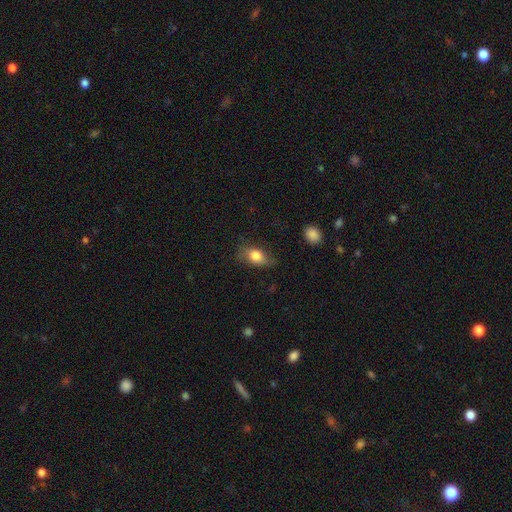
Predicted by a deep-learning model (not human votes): The model was most divided on "merging": none: 63%, minor disturbance: 27%, major disturbance: 8%, merger: 2%. More confident: how rounded — in between (80%); smooth or featured — smooth (78%).